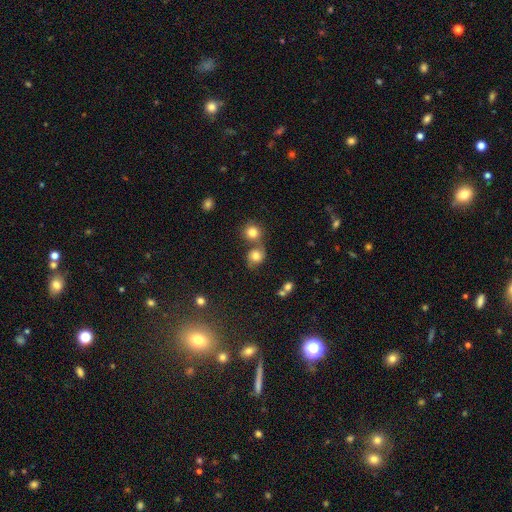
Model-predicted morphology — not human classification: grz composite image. It shows a smooth galaxy with no disk features (71%) that is round (77%). Merging: none (46%).